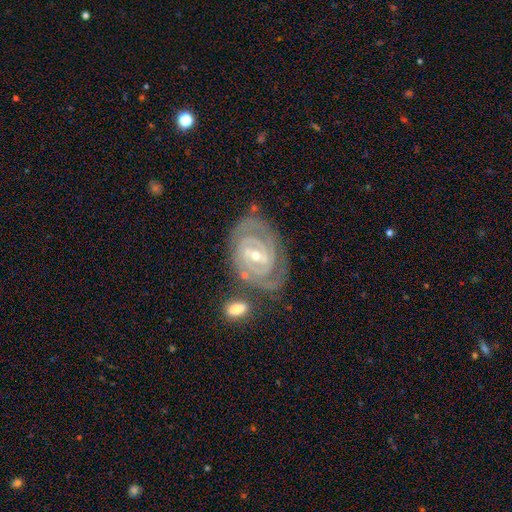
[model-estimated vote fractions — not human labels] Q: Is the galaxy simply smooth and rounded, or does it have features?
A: featured or disk — 89%.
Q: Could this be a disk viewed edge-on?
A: no — 96%.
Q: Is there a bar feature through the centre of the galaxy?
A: weak — 45%.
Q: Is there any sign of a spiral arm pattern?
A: yes — 96%.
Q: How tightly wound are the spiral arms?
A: tight — 75%.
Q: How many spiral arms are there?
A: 2 — 61%.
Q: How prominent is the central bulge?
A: small — 63%.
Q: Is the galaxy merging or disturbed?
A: none — 71%.